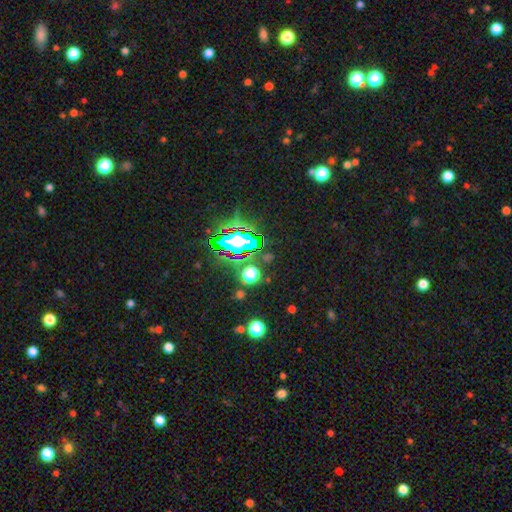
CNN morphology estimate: Q: Smooth or featured?
A: star or artifact (80%); runner-up: smooth (12%)